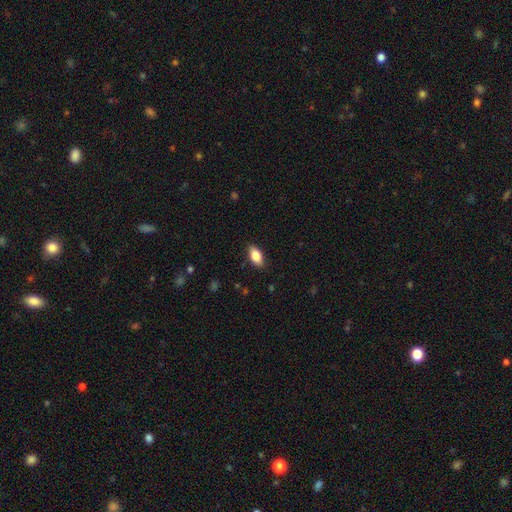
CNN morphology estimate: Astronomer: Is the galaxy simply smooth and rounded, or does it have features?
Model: smooth — 83%.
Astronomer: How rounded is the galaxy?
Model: in between — 90%.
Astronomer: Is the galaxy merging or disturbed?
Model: none — 87%.